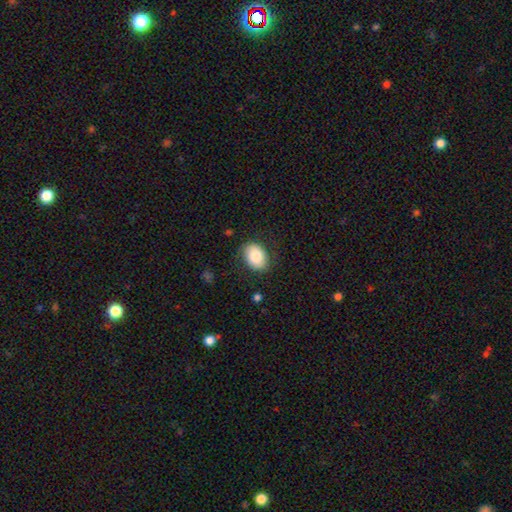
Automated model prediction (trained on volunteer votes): This appears to be a smooth galaxy with no disk features (79%) that is in between round and cigar-shaped (76%). Merging: none (80%).